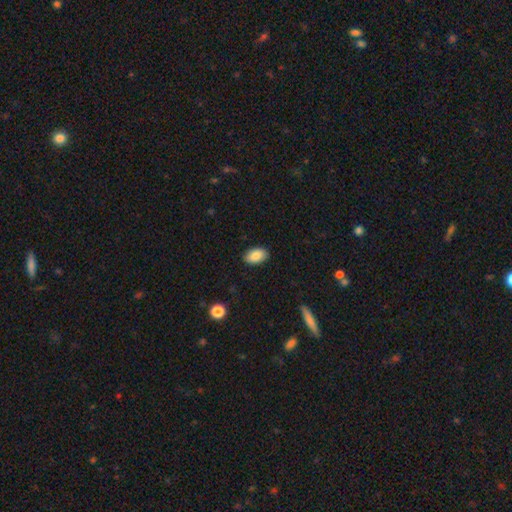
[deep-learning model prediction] Smooth or featured: smooth — 86% (star or artifact — 7%)
How rounded: in between — 92% (round — 6%)
Merging: none — 88% (minor disturbance — 9%)